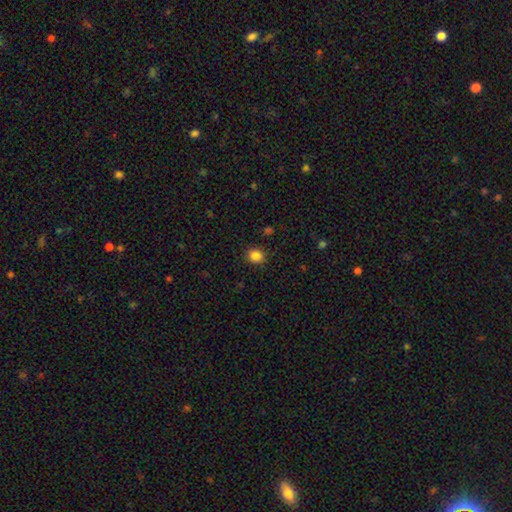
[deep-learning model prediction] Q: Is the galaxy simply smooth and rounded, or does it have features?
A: smooth — 85%.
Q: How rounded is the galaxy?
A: round — 76%.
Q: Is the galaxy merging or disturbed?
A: none — 89%.